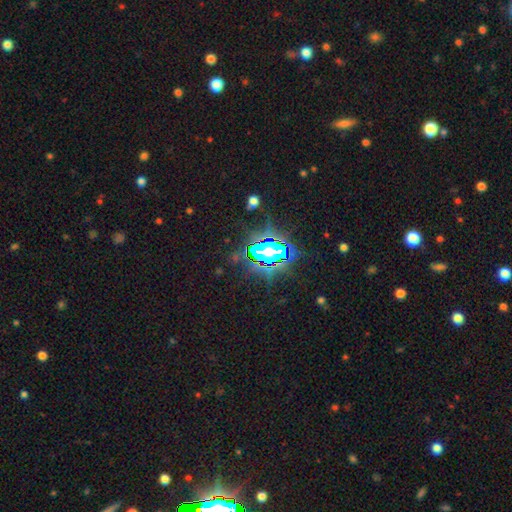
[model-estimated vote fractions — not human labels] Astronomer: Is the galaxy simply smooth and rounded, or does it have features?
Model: star or artifact — 78%.